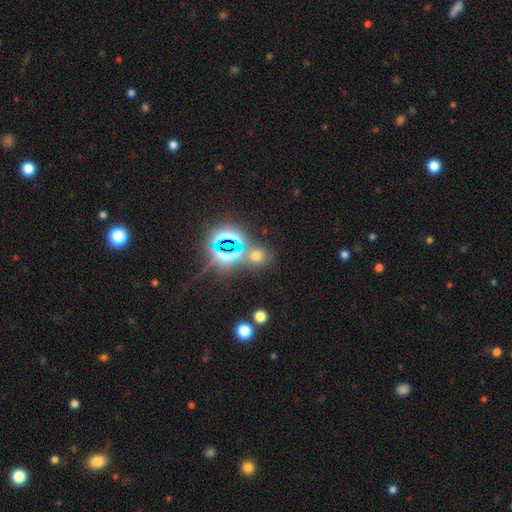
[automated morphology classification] The model was most divided on "smooth or featured": star or artifact: 48%, smooth: 44%, featured or disk: 8%.